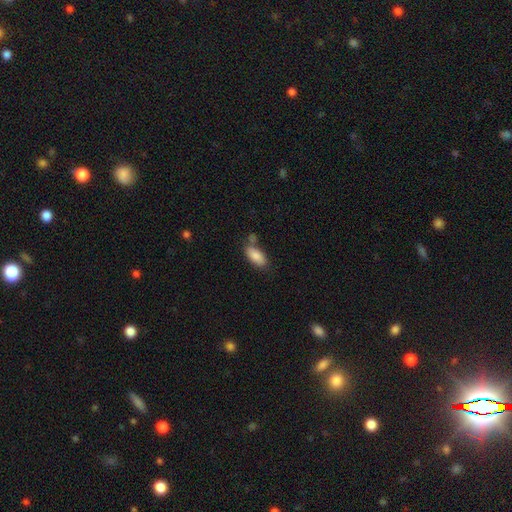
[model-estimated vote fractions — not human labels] Morphology: type=smooth (86%); roundness=in between (88%); merging=none (61%).